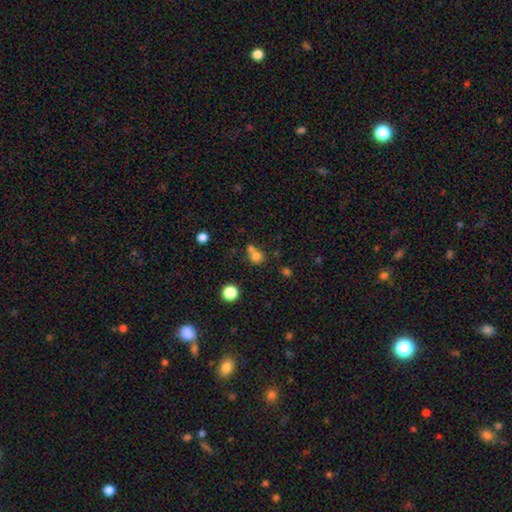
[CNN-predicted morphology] Smooth or featured? Predicted: smooth (p=0.75). How rounded? Predicted: round (p=0.82). Merging? Predicted: merger (p=0.46).